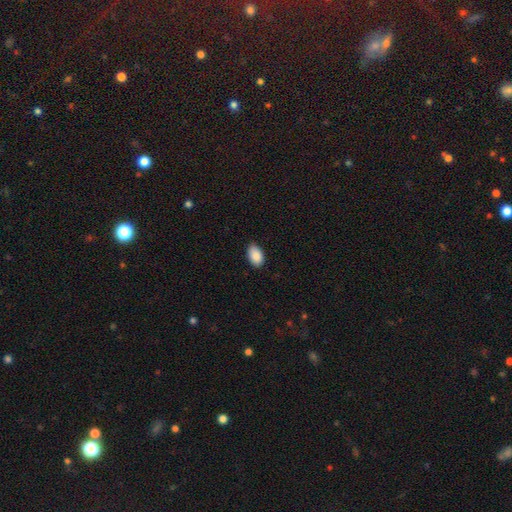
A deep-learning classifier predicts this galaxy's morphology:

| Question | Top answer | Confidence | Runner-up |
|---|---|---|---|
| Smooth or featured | smooth | 90% | star or artifact (7%) |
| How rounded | in between | 92% | round (6%) |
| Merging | none | 81% | minor disturbance (16%) |